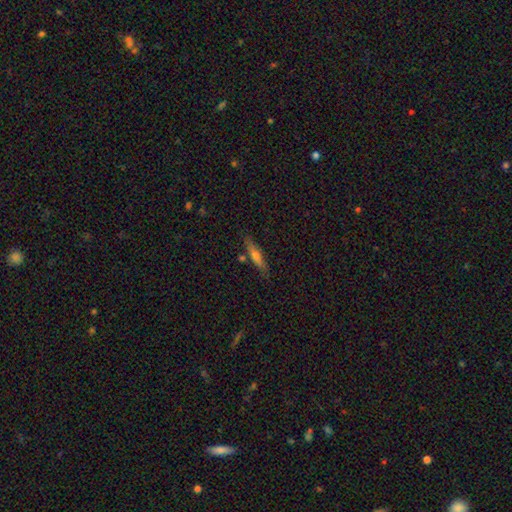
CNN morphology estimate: The model was most divided on "smooth or featured": smooth: 51%, featured or disk: 42%, star or artifact: 8%. More confident: how rounded — cigar-shaped (81%); merging — none (80%).